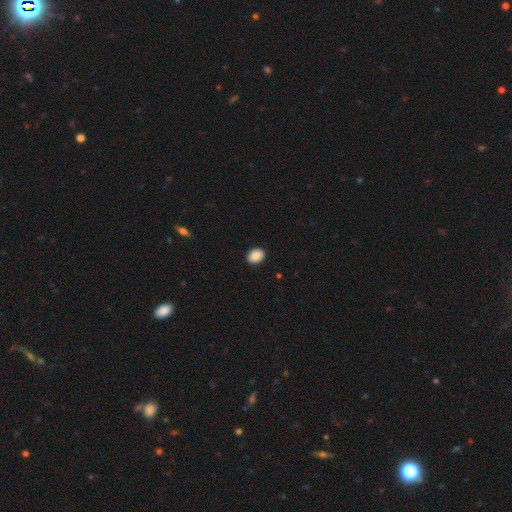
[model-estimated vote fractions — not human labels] This appears to be a smooth galaxy with no disk features (90%) that is in between round and cigar-shaped (70%). Merging: none (91%).